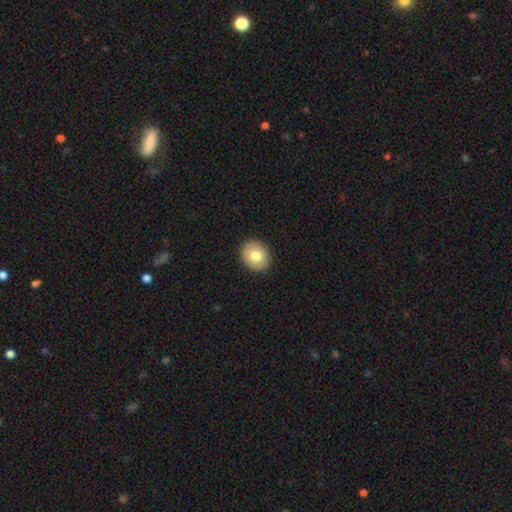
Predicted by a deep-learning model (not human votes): Morphology: type=smooth (79%); roundness=in between (50%); merging=none (90%).